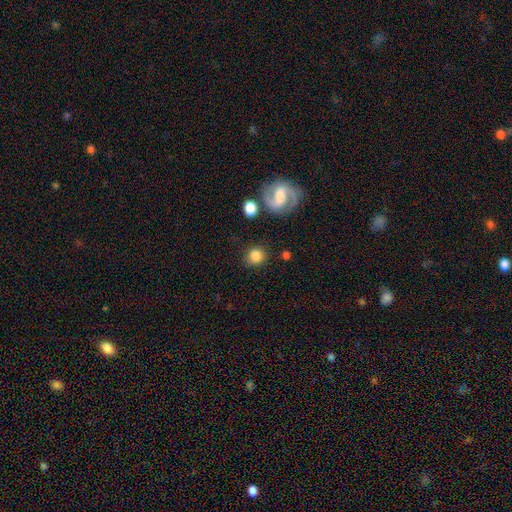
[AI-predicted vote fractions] Smooth or featured? Predicted: smooth (p=0.78). How rounded? Predicted: round (p=0.87). Merging? Predicted: none (p=0.81).